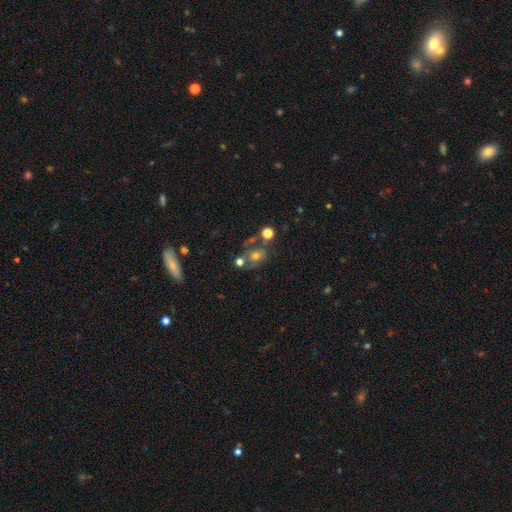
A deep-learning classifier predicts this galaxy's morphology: Overall: smooth (52%; featured or disk 32%). How rounded: round (59%; in between 40%). Merging: none (45%; merger 25%).